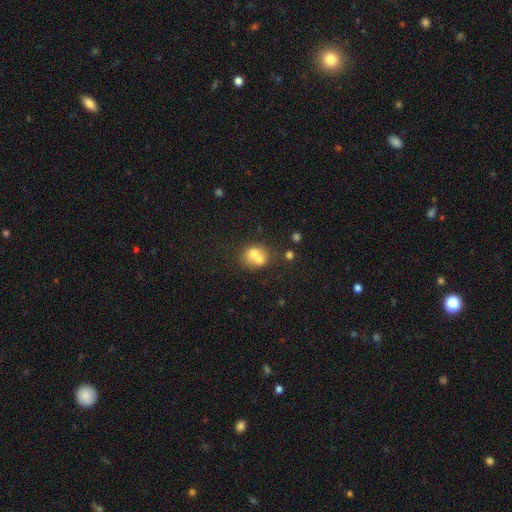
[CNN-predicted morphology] Smooth or featured?
  - smooth: 64% *
  - featured or disk: 25%
  - star or artifact: 11%
How rounded?
  - round: 67% *
  - in between: 32%
  - cigar-shaped: 1%
Merging?
  - merger: 65% *
  - none: 25%
  - minor disturbance: 6%
  - major disturbance: 3%